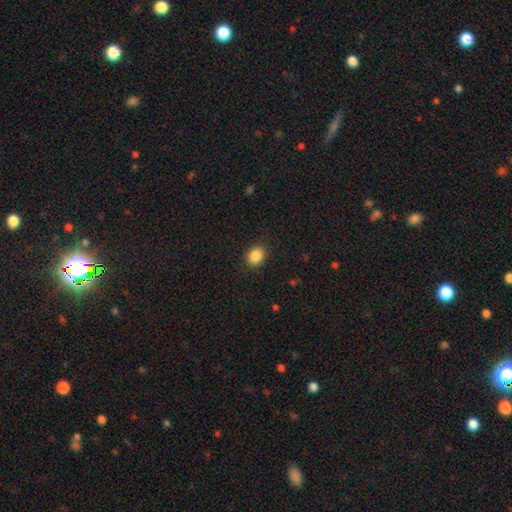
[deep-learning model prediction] Smooth or featured? Predicted: smooth (p=0.87). How rounded? Predicted: in between (p=0.50). Merging? Predicted: none (p=0.87).